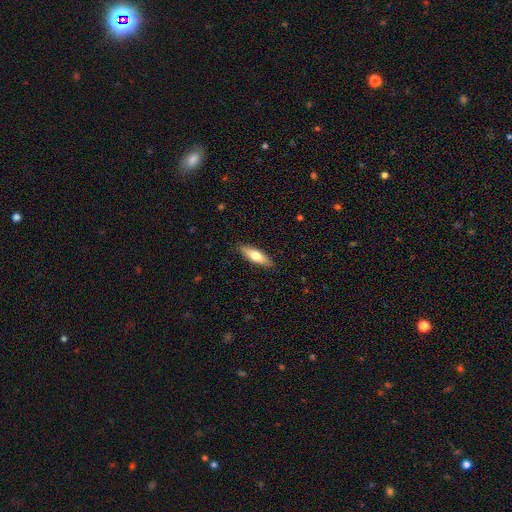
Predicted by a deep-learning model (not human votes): Overall: smooth (65%; featured or disk 29%). How rounded: cigar-shaped (51%; in between 47%). Merging: none (89%).